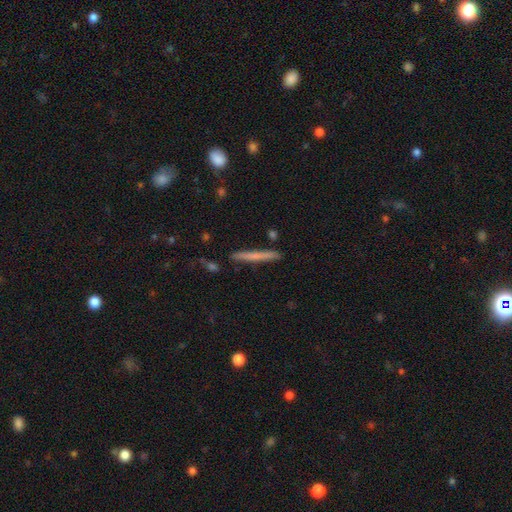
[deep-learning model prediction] Overall: smooth (59%; featured or disk 35%). How rounded: cigar-shaped (96%). Merging: none (89%).